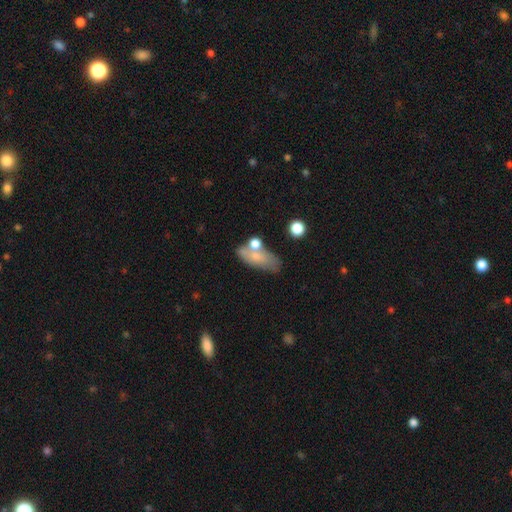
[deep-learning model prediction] This is likely a smooth galaxy (65%). How rounded: clearly in between (80%). Merging: possibly none (47%).